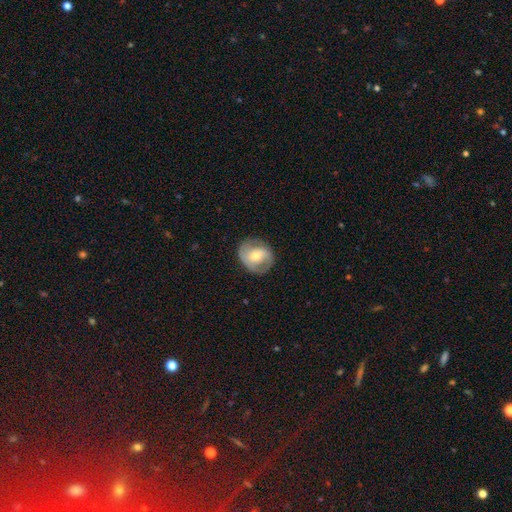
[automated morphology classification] smooth_or_featured: featured or disk (p=0.61) [alt: smooth p=0.32]
disk_edge_on: no (p=0.96) [alt: yes p=0.04]
bar: no (p=0.42) [alt: weak p=0.38]
has_spiral_arms: yes (p=0.77) [alt: no p=0.23]
bulge_size: moderate (p=0.61) [alt: small p=0.32]
merging: none (p=0.78) [alt: minor disturbance p=0.15]